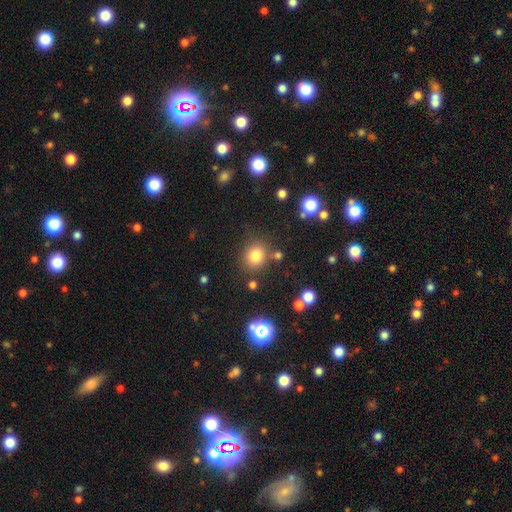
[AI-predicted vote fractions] Morphology: type=smooth (78%); roundness=round (82%); merging=none (79%).